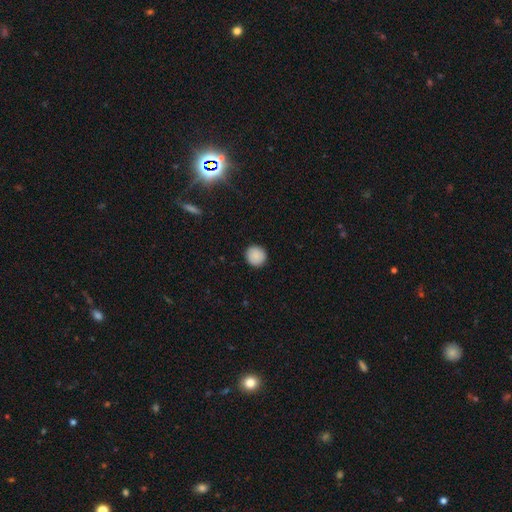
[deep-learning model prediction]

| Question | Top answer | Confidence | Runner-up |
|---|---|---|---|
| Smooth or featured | smooth | 88% | star or artifact (8%) |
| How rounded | round | 92% | in between (7%) |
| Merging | none | 91% | minor disturbance (6%) |